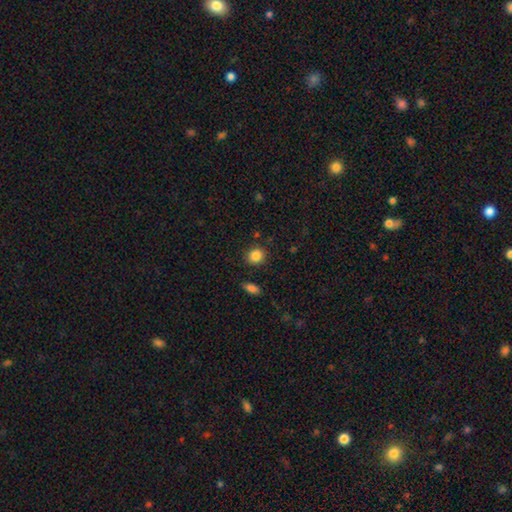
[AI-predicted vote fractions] Overall: smooth (86%). How rounded: round (78%). Merging: none (86%).